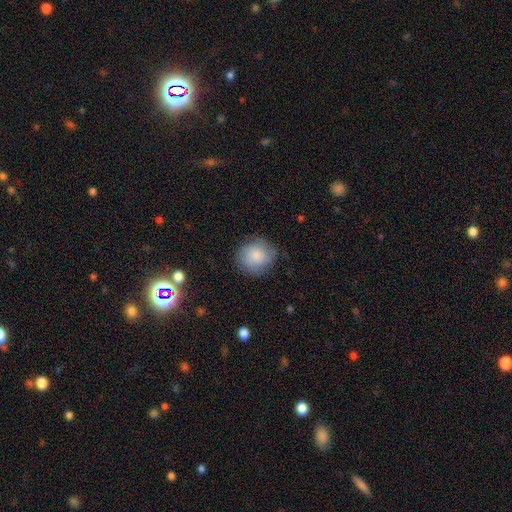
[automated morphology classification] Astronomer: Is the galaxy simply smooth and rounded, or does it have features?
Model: smooth — 72%.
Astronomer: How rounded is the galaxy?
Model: round — 87%.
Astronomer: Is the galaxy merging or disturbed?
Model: none — 78%.